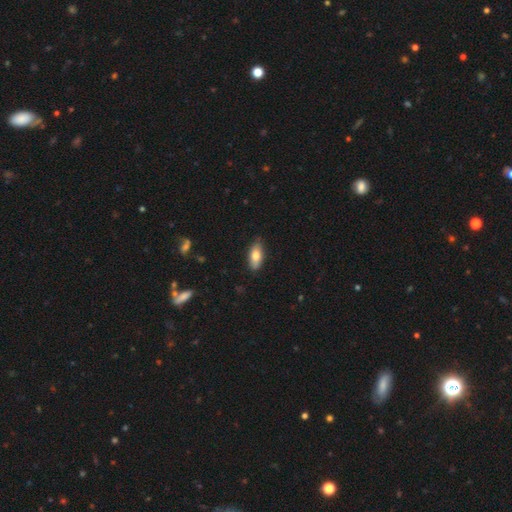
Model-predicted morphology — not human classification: Q: Smooth or featured?
A: smooth (77%); runner-up: featured or disk (16%)
Q: How rounded?
A: in between (84%); runner-up: cigar-shaped (13%)
Q: Merging?
A: none (84%); runner-up: minor disturbance (13%)